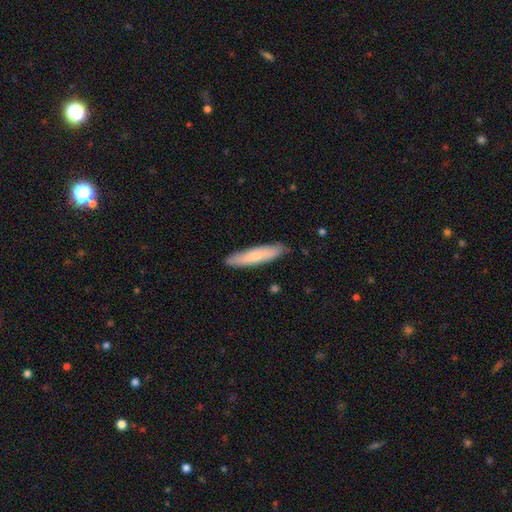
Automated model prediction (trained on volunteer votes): smooth-or-featured: smooth: 70% | featured or disk: 25% | star or artifact: 6%
  how-rounded: cigar-shaped: 84% | in between: 14% | round: 1%
  merging: none: 87% | minor disturbance: 10% | major disturbance: 2% | merger: 1%